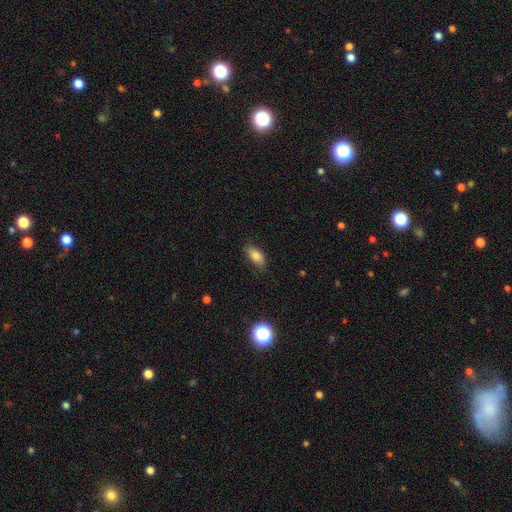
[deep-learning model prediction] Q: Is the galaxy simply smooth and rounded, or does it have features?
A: smooth — 79%.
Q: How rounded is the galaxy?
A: in between — 88%.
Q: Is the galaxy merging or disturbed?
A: none — 79%.